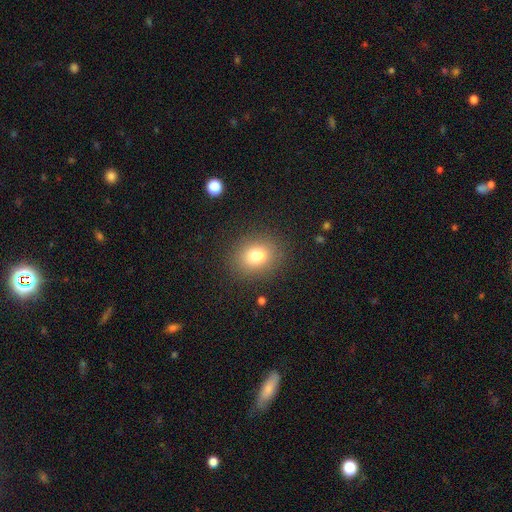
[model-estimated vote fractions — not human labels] A smooth galaxy with no disk features (74%) that is round (57%).

Vote fractions:
- Smooth or featured? smooth: 74% / featured or disk: 14% / star or artifact: 12%
- How rounded? round: 57% / in between: 42% / cigar-shaped: 1%
- Merging? none: 67% / merger: 17% / minor disturbance: 12% / major disturbance: 5%